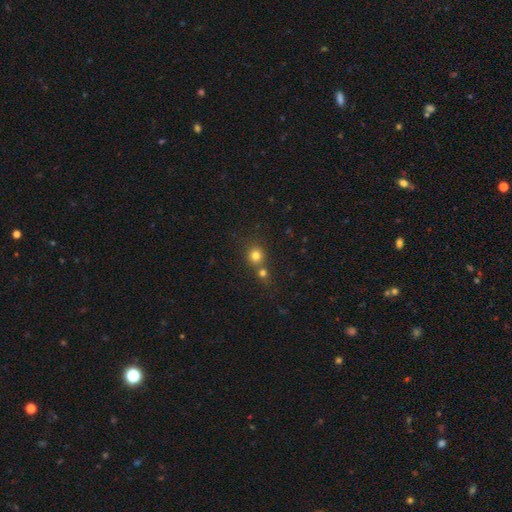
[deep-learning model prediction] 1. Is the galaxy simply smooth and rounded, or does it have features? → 78% smooth, 15% star or artifact, 7% featured or disk.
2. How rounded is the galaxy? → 89% round, 10% in between, 1% cigar-shaped.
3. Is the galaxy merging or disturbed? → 58% none, 33% merger, 6% minor disturbance, 3% major disturbance.